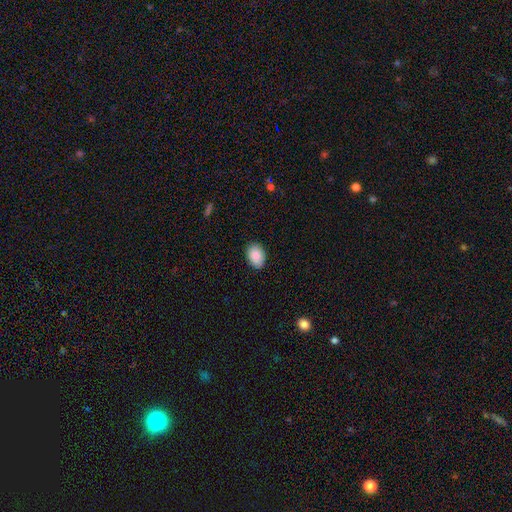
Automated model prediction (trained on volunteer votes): Smooth or featured?
  - smooth: 89% *
  - star or artifact: 7%
  - featured or disk: 4%
How rounded?
  - in between: 83% *
  - round: 16%
  - cigar-shaped: 1%
Merging?
  - none: 88% *
  - minor disturbance: 9%
  - major disturbance: 2%
  - merger: 1%